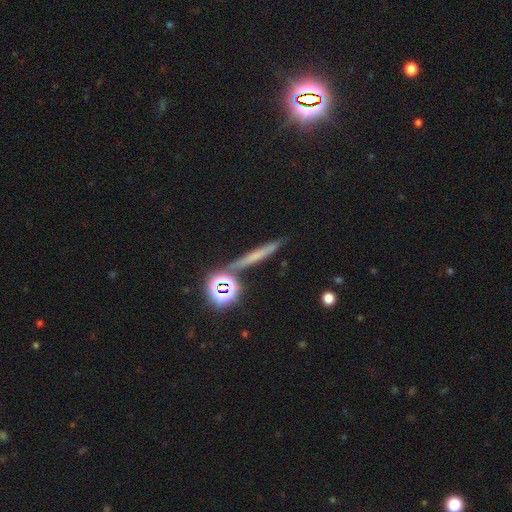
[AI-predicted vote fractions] A smooth galaxy with no disk features (47%).

Vote fractions:
- Smooth or featured? smooth: 47% / featured or disk: 31% / star or artifact: 22%
- Merging? none: 84% / minor disturbance: 9% / merger: 5% / major disturbance: 3%